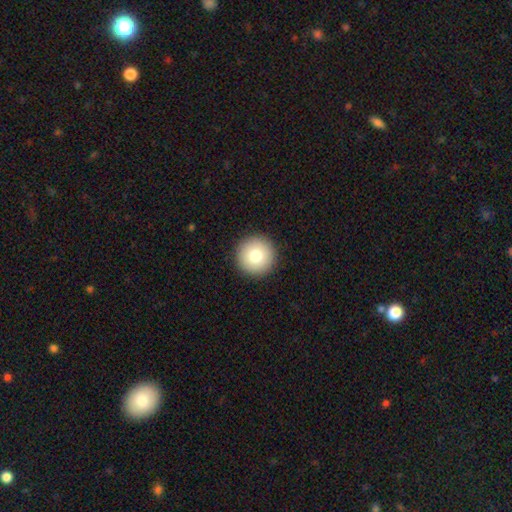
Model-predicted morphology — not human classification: The model was most divided on "smooth or featured": smooth: 78%, featured or disk: 12%, star or artifact: 10%. More confident: how rounded — round (97%); merging — none (93%).